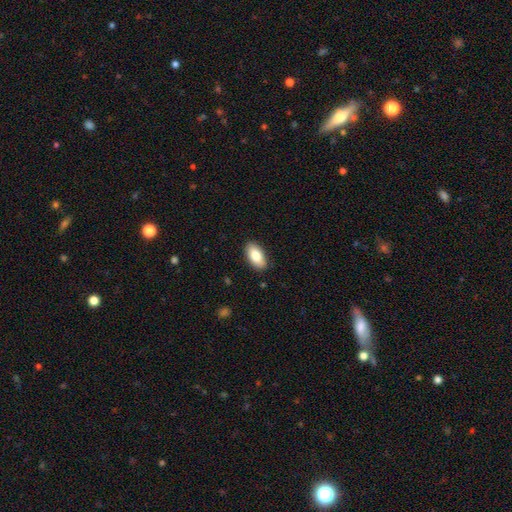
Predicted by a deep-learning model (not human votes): This appears to be a smooth galaxy with no disk features (84%) that is in between round and cigar-shaped (93%). Merging: none (88%).